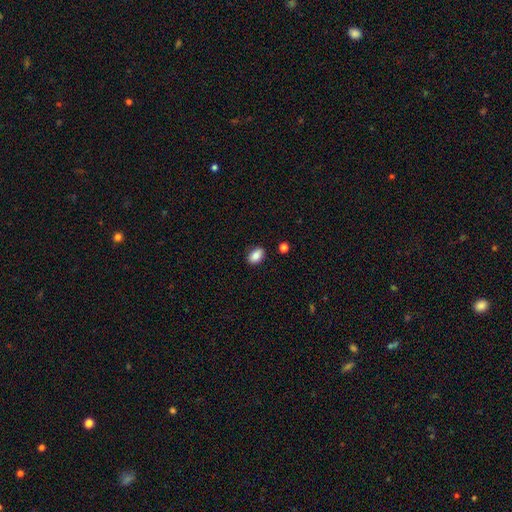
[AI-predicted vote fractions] This appears to be a smooth galaxy with no disk features (84%) that is in between round and cigar-shaped (85%). Merging: none (85%).